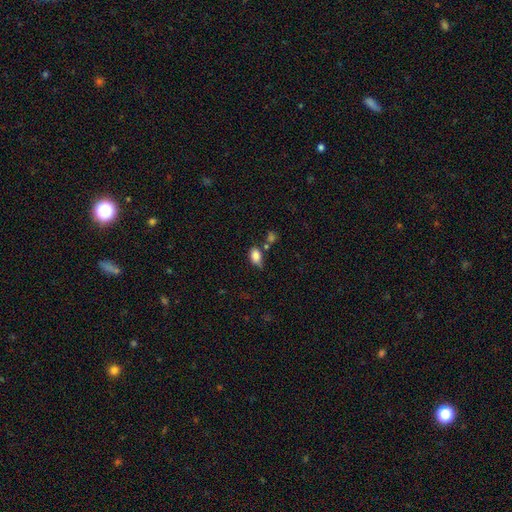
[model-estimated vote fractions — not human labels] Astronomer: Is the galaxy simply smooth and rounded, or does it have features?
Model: smooth — 84%.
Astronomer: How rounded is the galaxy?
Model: in between — 84%.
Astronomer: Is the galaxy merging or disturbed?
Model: none — 53%.